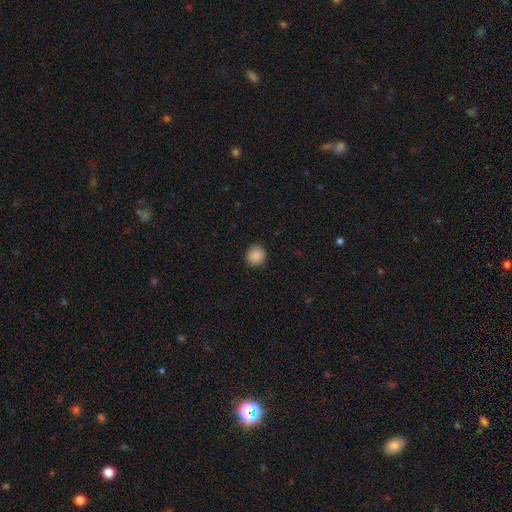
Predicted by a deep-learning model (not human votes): A smooth galaxy with no disk features (89%) that is round (92%). Merging: none (91%).